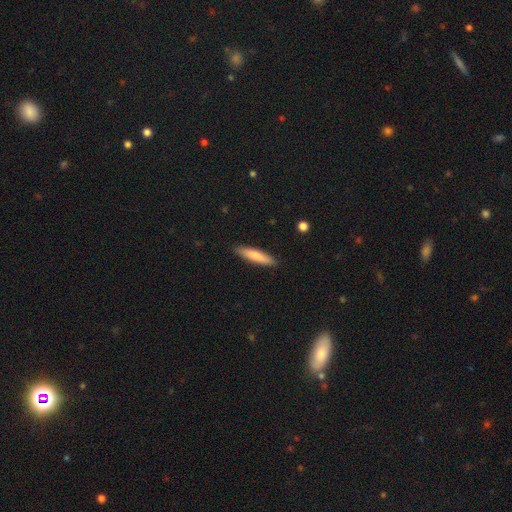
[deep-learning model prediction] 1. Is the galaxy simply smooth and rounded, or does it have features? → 78% smooth, 16% featured or disk, 5% star or artifact.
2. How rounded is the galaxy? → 82% cigar-shaped, 17% in between, 1% round.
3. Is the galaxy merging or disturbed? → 90% none, 8% minor disturbance, 1% major disturbance, 1% merger.